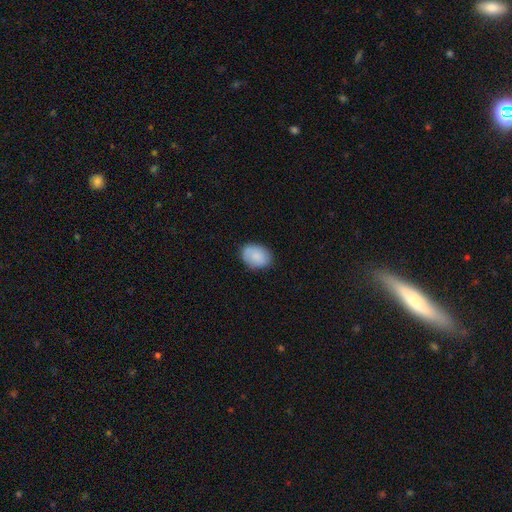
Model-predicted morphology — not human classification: Smooth or featured: smooth — 86% (featured or disk — 7%)
How rounded: in between — 77% (round — 22%)
Merging: none — 81% (minor disturbance — 15%)